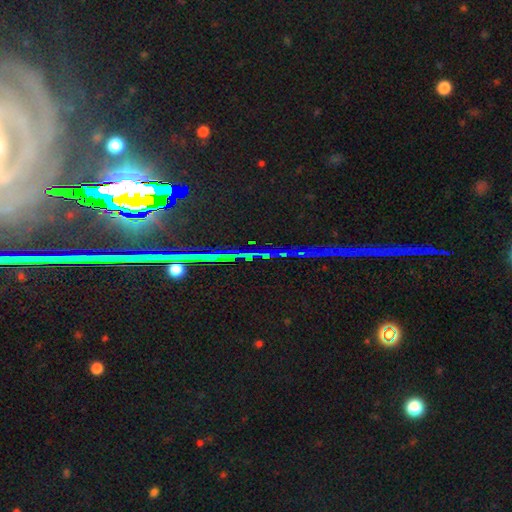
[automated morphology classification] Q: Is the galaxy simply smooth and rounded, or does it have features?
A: star or artifact — 70%.